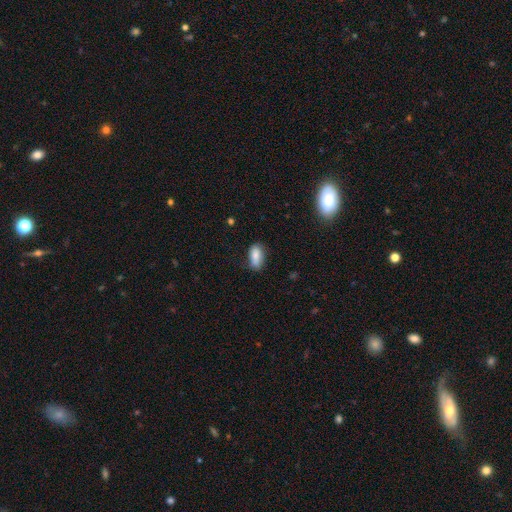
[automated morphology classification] Smooth or featured?
  - smooth: 82% *
  - featured or disk: 10%
  - star or artifact: 8%
How rounded?
  - in between: 87% *
  - cigar-shaped: 9%
  - round: 4%
Merging?
  - none: 67% *
  - minor disturbance: 26%
  - major disturbance: 5%
  - merger: 2%